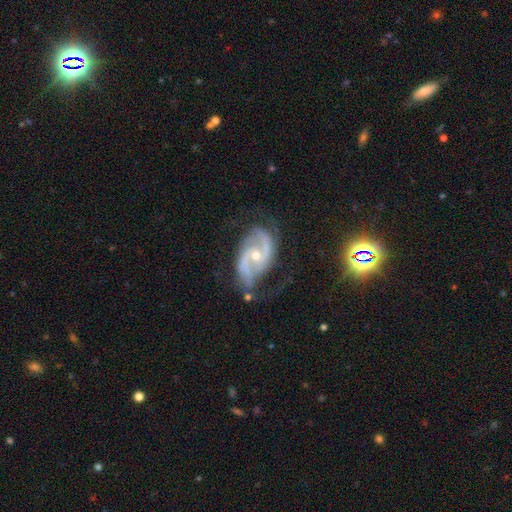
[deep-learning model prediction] Q: Smooth or featured?
A: featured or disk (89%); runner-up: star or artifact (6%)
Q: Edge-on disk?
A: no (97%); runner-up: yes (3%)
Q: Bar?
A: no (47%); runner-up: weak (37%)
Q: Spiral arms?
A: yes (97%); runner-up: no (3%)
Q: Spiral winding?
A: medium (52%); runner-up: loose (28%)
Q: Spiral arm count?
A: 2 (89%); runner-up: can't tell (4%)
Q: Bulge size?
A: small (51%); runner-up: moderate (46%)
Q: Merging?
A: none (63%); runner-up: minor disturbance (23%)